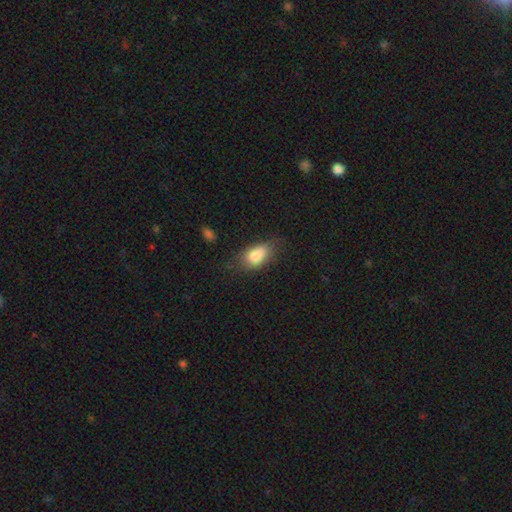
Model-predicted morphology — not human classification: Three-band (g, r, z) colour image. It shows a smooth galaxy with no disk features (78%) that is in between round and cigar-shaped (86%). Merging: none (52%).